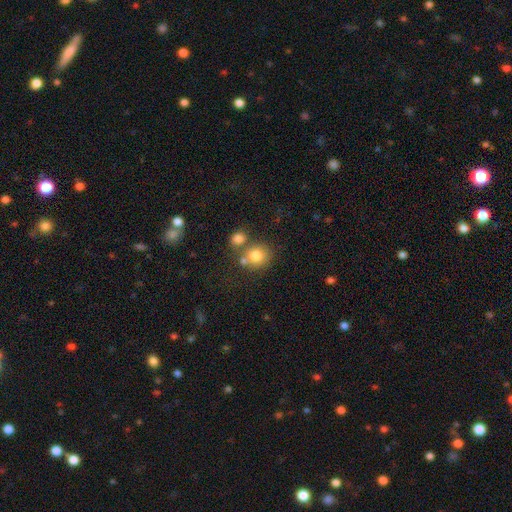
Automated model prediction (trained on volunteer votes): Smooth or featured? smooth (78%)
How rounded? round (82%)
Merging? none (58%)